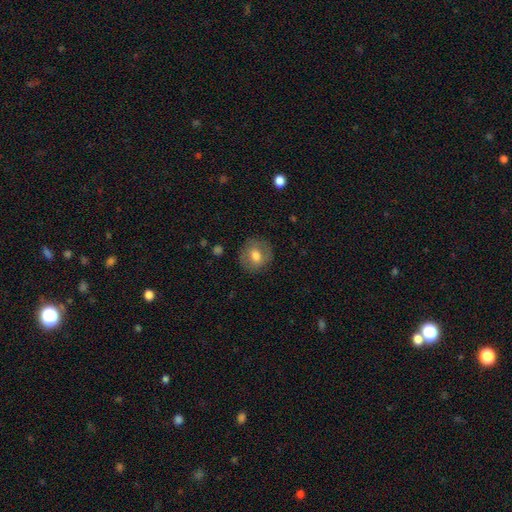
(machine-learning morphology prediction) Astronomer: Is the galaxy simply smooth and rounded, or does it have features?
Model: smooth — 66%.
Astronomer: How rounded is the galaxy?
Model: round — 84%.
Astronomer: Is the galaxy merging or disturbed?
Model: none — 85%.